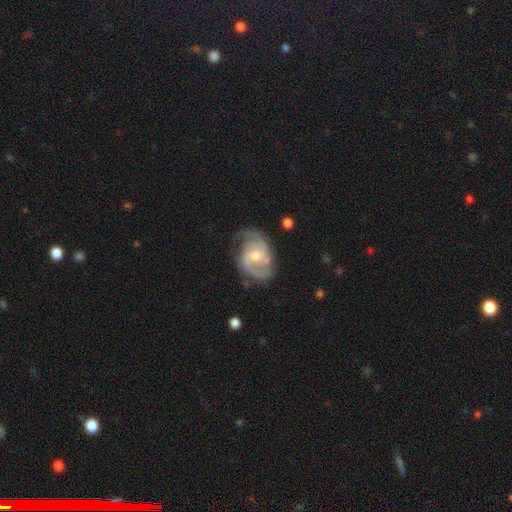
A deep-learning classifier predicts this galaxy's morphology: This is clearly a featured or disk galaxy (85%). It is clearly not viewed edge-on (97%). Bar: possibly no (49%). Spiral arm pattern: clearly yes (94%). Spiral arm count: likely 2 (75%). Spiral winding: possibly medium (51%). Central bulge: possibly moderate (59%). Merging: likely none (60%).